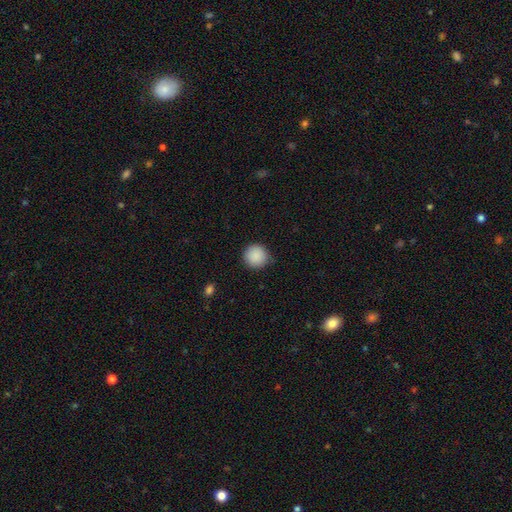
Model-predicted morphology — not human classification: Overall: smooth (89%). How rounded: round (95%). Merging: none (87%).